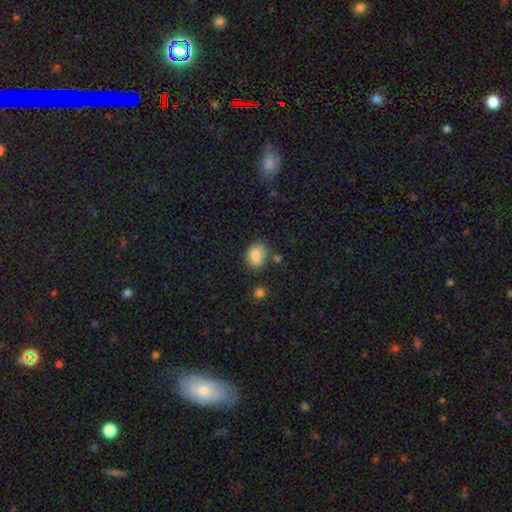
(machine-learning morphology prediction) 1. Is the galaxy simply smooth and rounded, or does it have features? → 83% smooth, 9% star or artifact, 8% featured or disk.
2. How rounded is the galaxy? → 60% in between, 39% round, 1% cigar-shaped.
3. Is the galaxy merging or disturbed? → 72% none, 18% minor disturbance, 6% merger, 4% major disturbance.